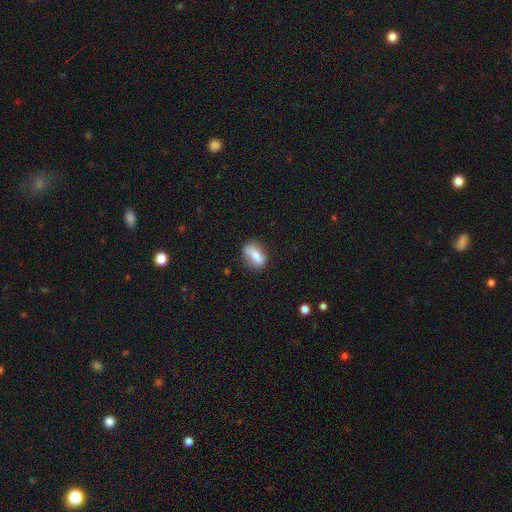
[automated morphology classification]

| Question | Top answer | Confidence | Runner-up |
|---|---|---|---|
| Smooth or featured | smooth | 64% | featured or disk (28%) |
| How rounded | in between | 76% | round (15%) |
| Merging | none | 69% | minor disturbance (21%) |